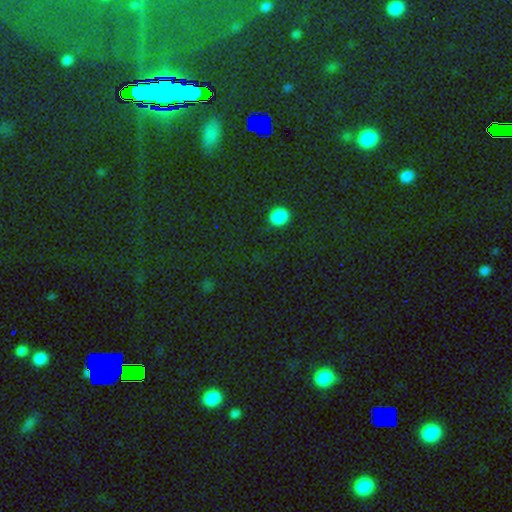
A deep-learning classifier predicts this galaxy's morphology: Smooth or featured? star or artifact (76%)